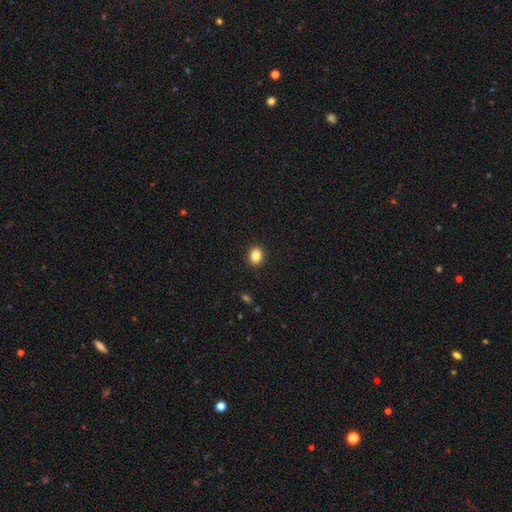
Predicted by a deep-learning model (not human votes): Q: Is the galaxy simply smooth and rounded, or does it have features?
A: smooth — 84%.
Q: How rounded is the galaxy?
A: round — 54%.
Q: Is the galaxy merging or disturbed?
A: none — 91%.